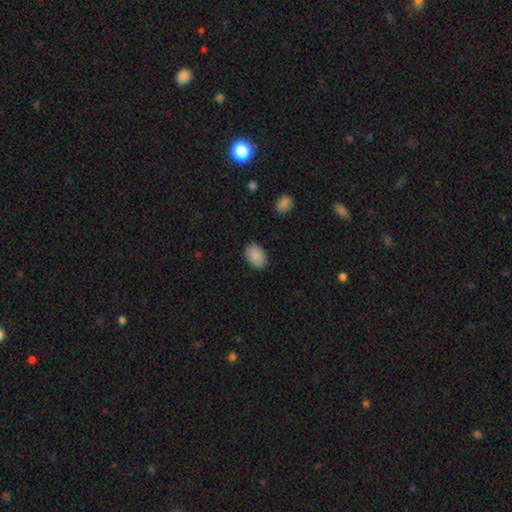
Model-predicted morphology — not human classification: Q: Smooth or featured?
A: smooth (89%); runner-up: star or artifact (7%)
Q: How rounded?
A: in between (80%); runner-up: round (19%)
Q: Merging?
A: none (87%); runner-up: minor disturbance (10%)